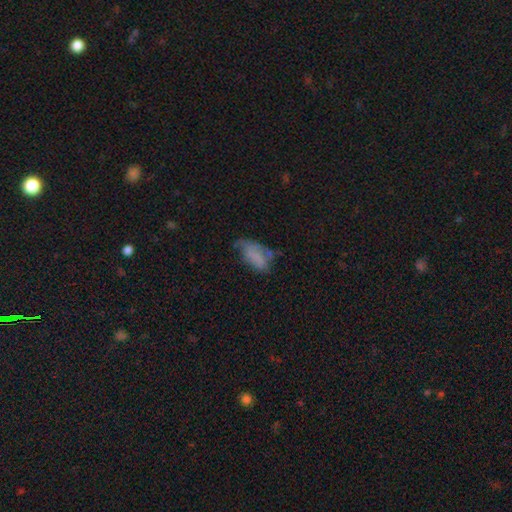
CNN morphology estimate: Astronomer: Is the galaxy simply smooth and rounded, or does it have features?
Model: smooth — 63%.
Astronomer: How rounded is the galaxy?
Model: in between — 90%.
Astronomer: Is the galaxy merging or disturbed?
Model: minor disturbance — 34% (runner-up: major disturbance, 31%).